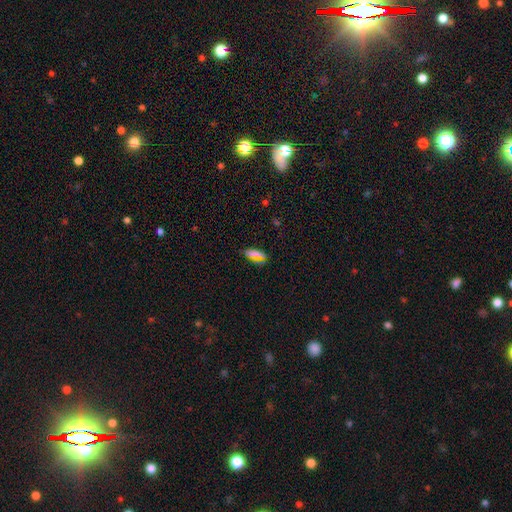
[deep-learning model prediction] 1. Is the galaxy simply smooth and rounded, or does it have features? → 71% smooth, 18% star or artifact, 11% featured or disk.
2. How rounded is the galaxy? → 67% in between, 27% cigar-shaped, 6% round.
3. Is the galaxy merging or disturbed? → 74% none, 18% minor disturbance, 5% major disturbance, 3% merger.